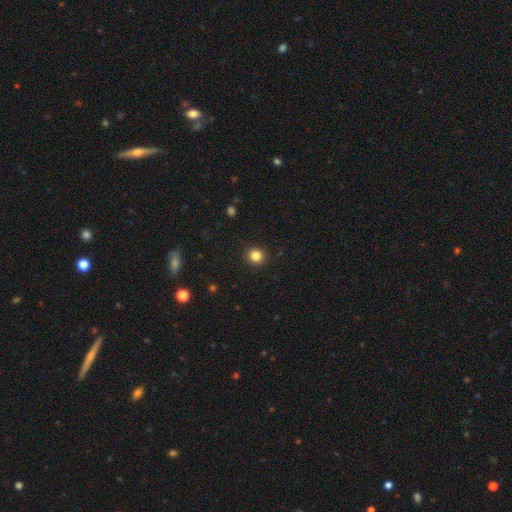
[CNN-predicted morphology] A smooth galaxy with no disk features (84%) that is round (91%). Merging: none (92%).